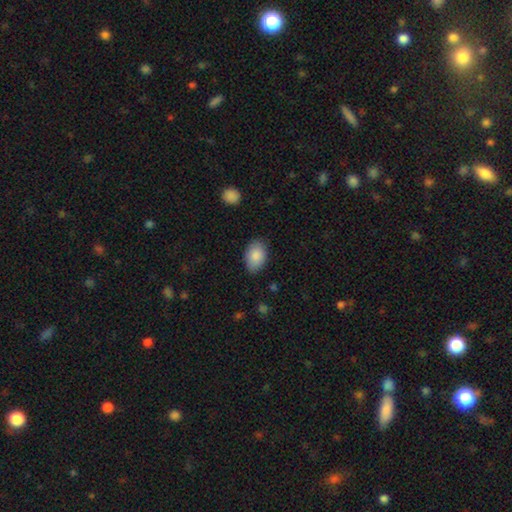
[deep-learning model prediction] Smooth or featured? Predicted: smooth (p=0.87). How rounded? Predicted: in between (p=0.88). Merging? Predicted: none (p=0.82).